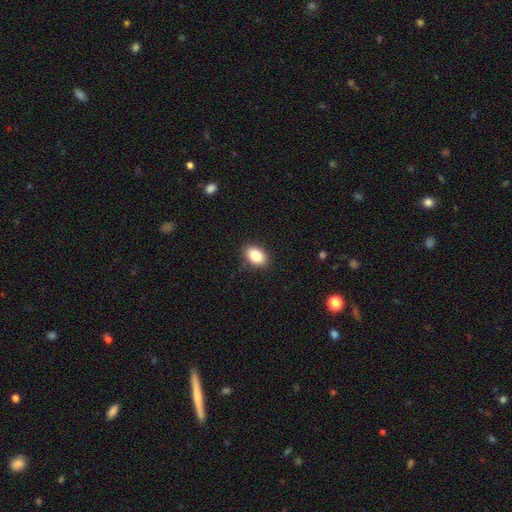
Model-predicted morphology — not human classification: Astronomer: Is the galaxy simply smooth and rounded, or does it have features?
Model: smooth — 85%.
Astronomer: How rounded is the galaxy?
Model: in between — 85%.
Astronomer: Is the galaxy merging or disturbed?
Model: none — 88%.